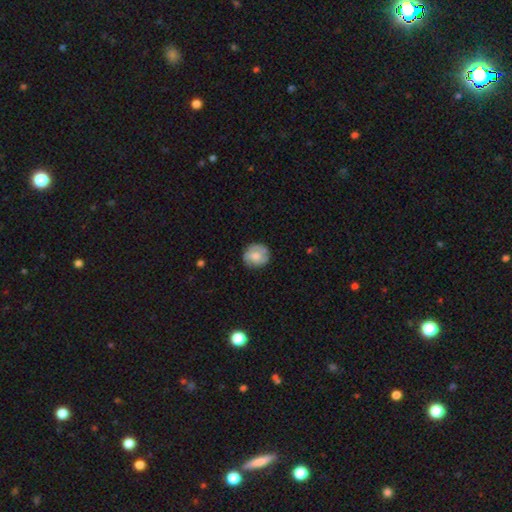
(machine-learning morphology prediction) The model was most divided on "smooth or featured": smooth: 66%, featured or disk: 27%, star or artifact: 7%. More confident: how rounded — round (85%); merging — none (77%).